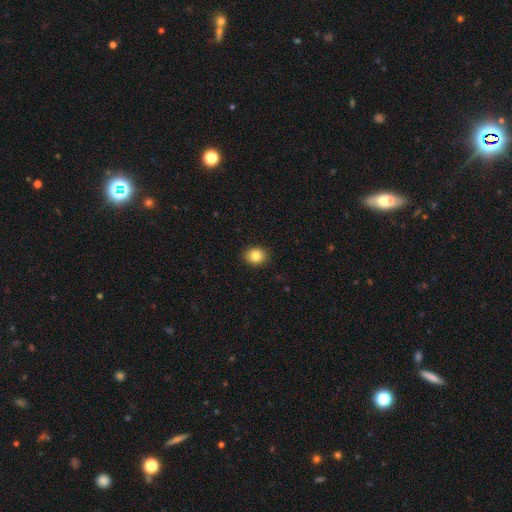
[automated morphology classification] smooth-or-featured: smooth: 85% | star or artifact: 9% | featured or disk: 6%
  how-rounded: round: 54% | in between: 45% | cigar-shaped: 1%
  merging: none: 90% | minor disturbance: 7% | major disturbance: 2% | merger: 1%